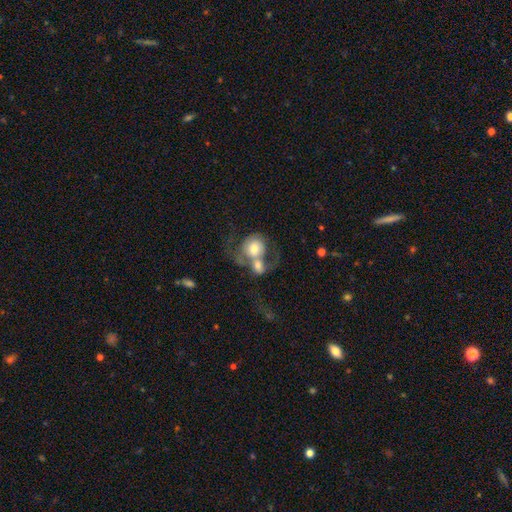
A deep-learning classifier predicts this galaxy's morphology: The model was most divided on "smooth or featured": featured or disk: 52%, smooth: 39%, star or artifact: 10%. More confident: edge-on disk — no (96%); merging — merger (67%).